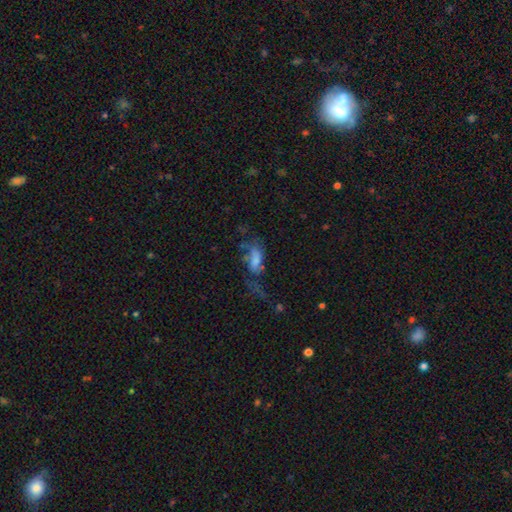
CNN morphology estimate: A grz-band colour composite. It shows a featured or disk galaxy (47%). Merging: major disturbance (40%).